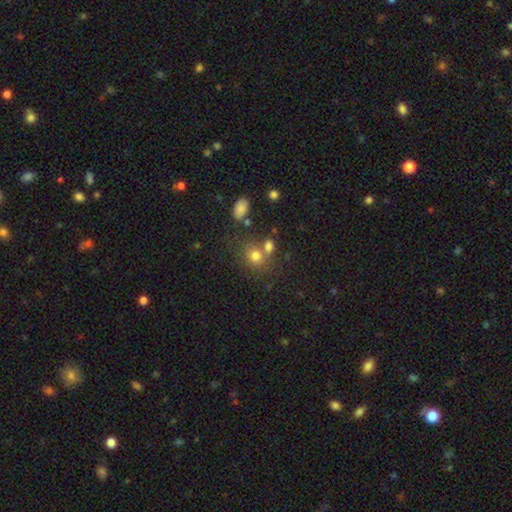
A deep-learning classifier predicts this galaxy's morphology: Smooth or featured?
  - smooth: 75% *
  - star or artifact: 15%
  - featured or disk: 11%
How rounded?
  - round: 68% *
  - in between: 31%
  - cigar-shaped: 1%
Merging?
  - none: 50% *
  - merger: 34%
  - minor disturbance: 11%
  - major disturbance: 5%